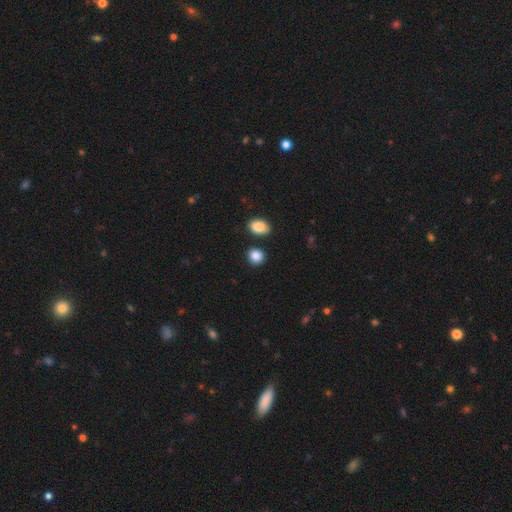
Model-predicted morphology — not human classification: This appears to be a smooth galaxy with no disk features (87%) that is round (75%). Merging: none (82%).